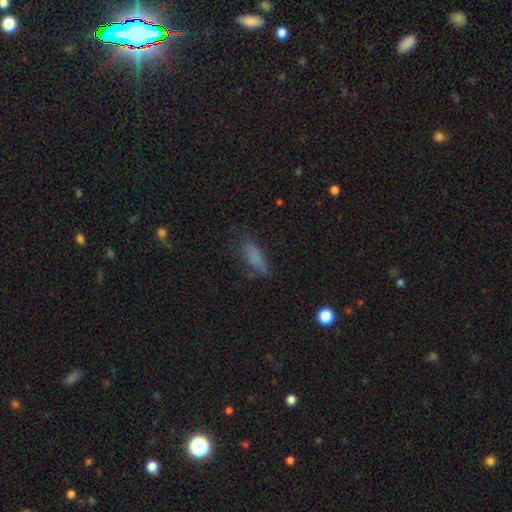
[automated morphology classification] A smooth galaxy with no disk features (61%) that is in between round and cigar-shaped (53%). Merging: none (65%).